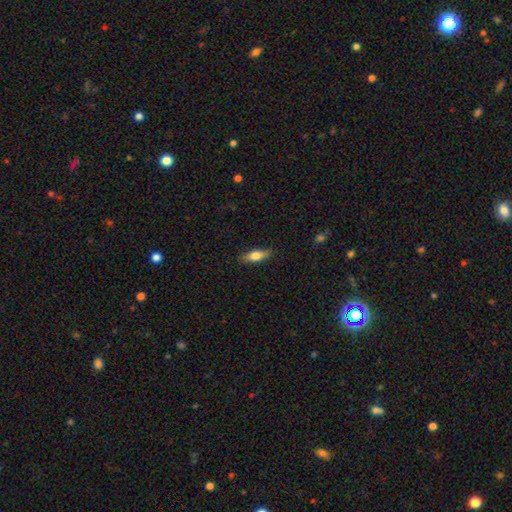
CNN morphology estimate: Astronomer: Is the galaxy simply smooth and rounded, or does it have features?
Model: smooth — 71%.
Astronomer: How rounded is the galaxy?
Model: in between — 54% (runner-up: cigar-shaped, 43%).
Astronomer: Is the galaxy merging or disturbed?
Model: none — 87%.